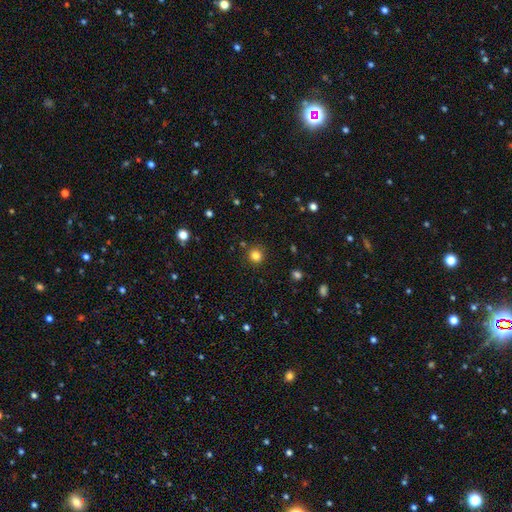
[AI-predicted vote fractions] A smooth galaxy with no disk features (82%) that is round (92%). Merging: none (88%).